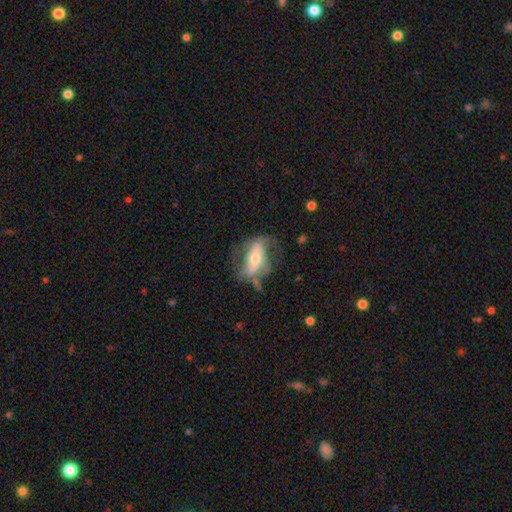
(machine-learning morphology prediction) Overall: featured or disk (68%). Edge-on disk: no (76%). Bar: strong (44%; weak 28%). Spiral arms: yes (66%; no 34%). Bulge size: moderate (55%; small 36%). Merging: none (61%).